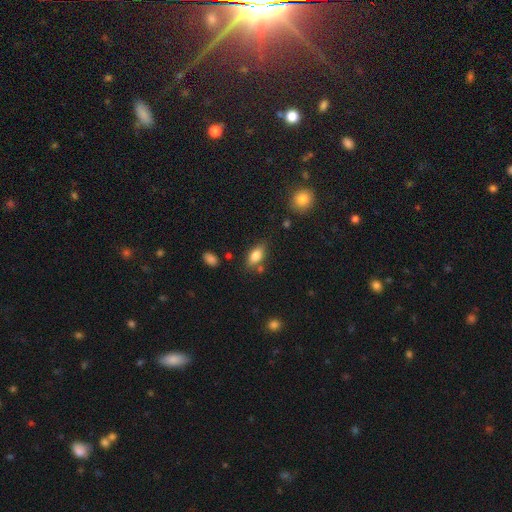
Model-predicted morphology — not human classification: Q: Smooth or featured?
A: smooth (79%); runner-up: featured or disk (13%)
Q: How rounded?
A: in between (86%); runner-up: cigar-shaped (9%)
Q: Merging?
A: none (72%); runner-up: minor disturbance (17%)